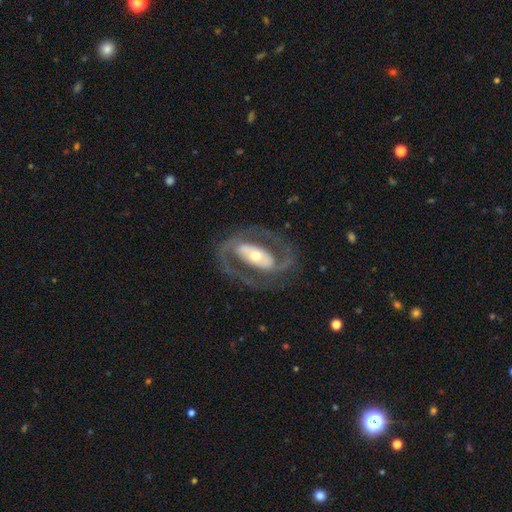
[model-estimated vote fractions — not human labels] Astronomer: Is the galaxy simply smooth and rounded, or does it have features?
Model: featured or disk — 85%.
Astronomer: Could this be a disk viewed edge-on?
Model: no — 94%.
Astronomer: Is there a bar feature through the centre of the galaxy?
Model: strong — 49% (runner-up: no, 28%).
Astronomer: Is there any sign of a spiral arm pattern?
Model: yes — 83%.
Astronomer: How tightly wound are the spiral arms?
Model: medium — 52% (runner-up: tight, 30%).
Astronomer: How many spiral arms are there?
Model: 2 — 89%.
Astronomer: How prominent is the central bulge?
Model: moderate — 51% (runner-up: small, 37%).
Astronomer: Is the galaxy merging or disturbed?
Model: none — 76%.